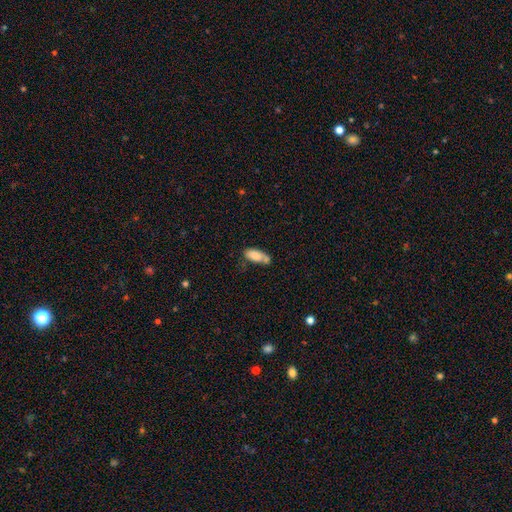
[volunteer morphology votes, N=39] Smooth or featured?
  - smooth: 87% *
  - star or artifact: 8%
  - featured or disk: 5%
How rounded?
  - in between: 79% *
  - cigar-shaped: 21%
  - round: 0%
Merging?
  - minor disturbance: 39% *
  - merger: 31%
  - none: 25%
  - major disturbance: 6%